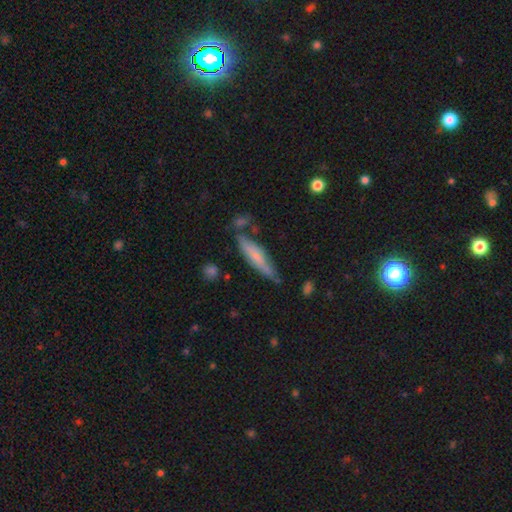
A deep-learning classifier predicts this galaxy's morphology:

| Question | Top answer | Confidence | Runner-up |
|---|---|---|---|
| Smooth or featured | smooth | 59% | featured or disk (34%) |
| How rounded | cigar-shaped | 84% | in between (15%) |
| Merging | none | 67% | minor disturbance (20%) |